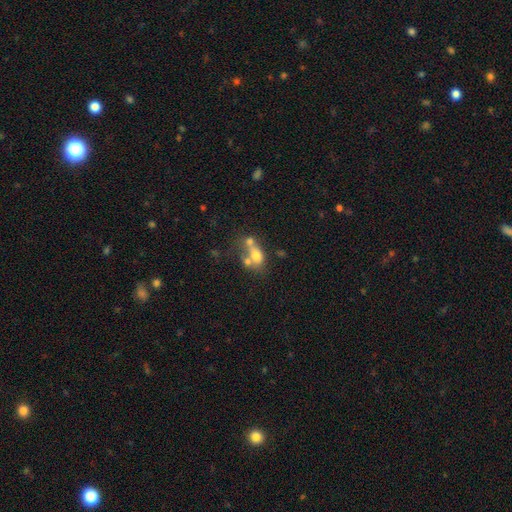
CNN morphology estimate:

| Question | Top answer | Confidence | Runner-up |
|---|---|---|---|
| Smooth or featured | smooth | 63% | featured or disk (24%) |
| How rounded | in between | 67% | round (29%) |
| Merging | merger | 54% | none (26%) |